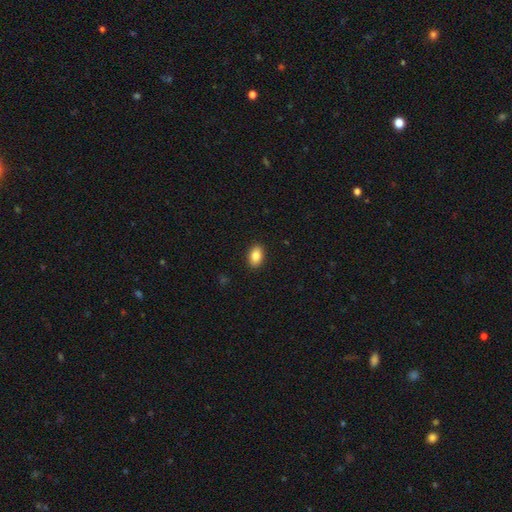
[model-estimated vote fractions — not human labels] The model was most divided on "smooth or featured": smooth: 87%, star or artifact: 8%, featured or disk: 6%. More confident: merging — none (90%); how rounded — in between (89%).